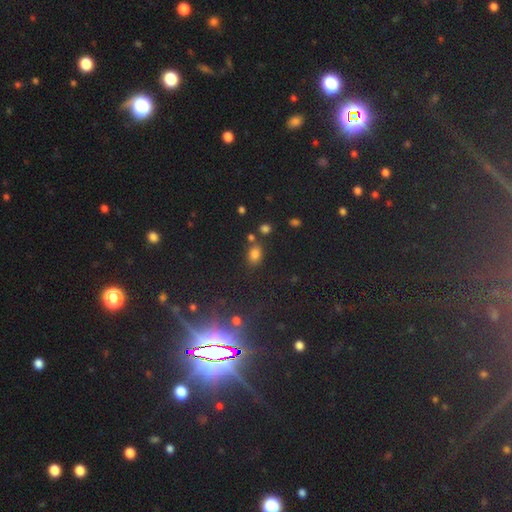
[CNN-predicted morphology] type=star or artifact (71%).